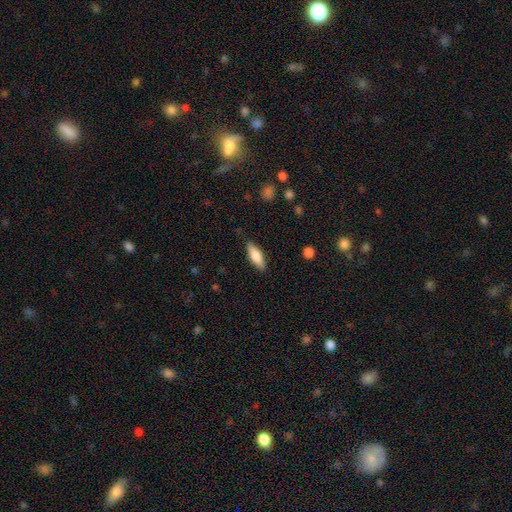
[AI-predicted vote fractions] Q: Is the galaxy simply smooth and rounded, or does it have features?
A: smooth — 74%.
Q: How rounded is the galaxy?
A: in between — 57%.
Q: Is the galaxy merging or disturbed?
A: none — 85%.